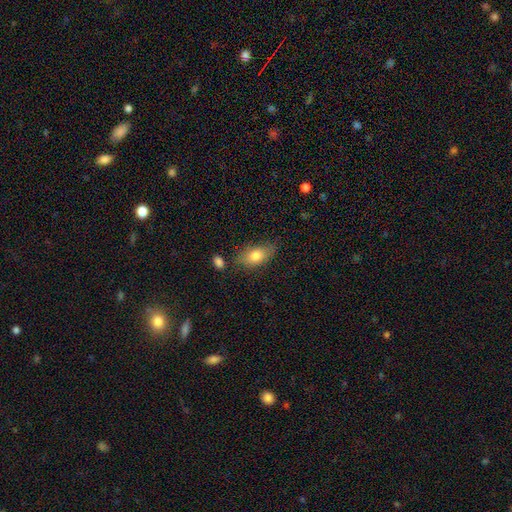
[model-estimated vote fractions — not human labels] Morphology: type=smooth (78%); roundness=in between (88%); merging=none (69%).